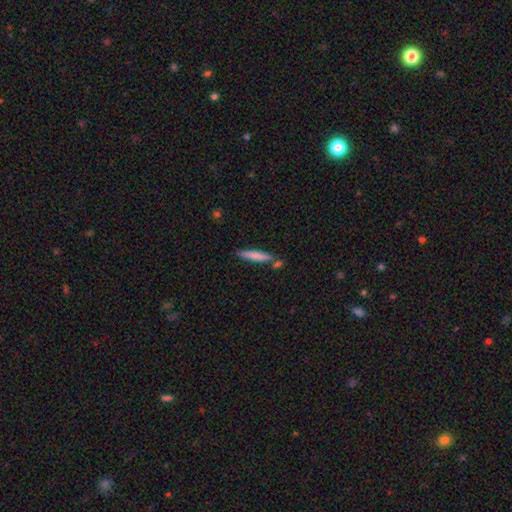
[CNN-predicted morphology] This is likely a smooth galaxy (73%). How rounded: clearly cigar-shaped (91%). Merging: likely none (74%).